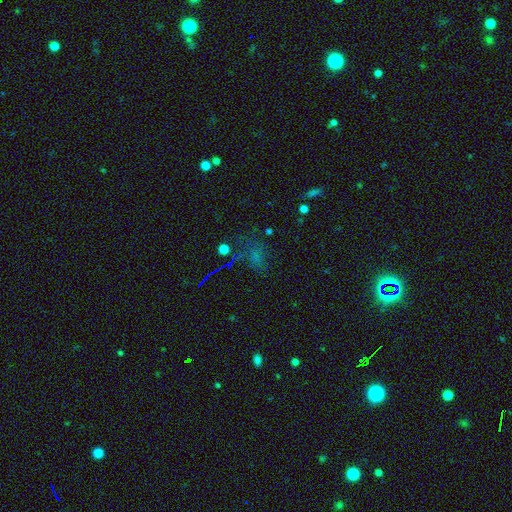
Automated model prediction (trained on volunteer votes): Smooth or featured? Predicted: smooth (p=0.45). Merging? Predicted: none (p=0.56).